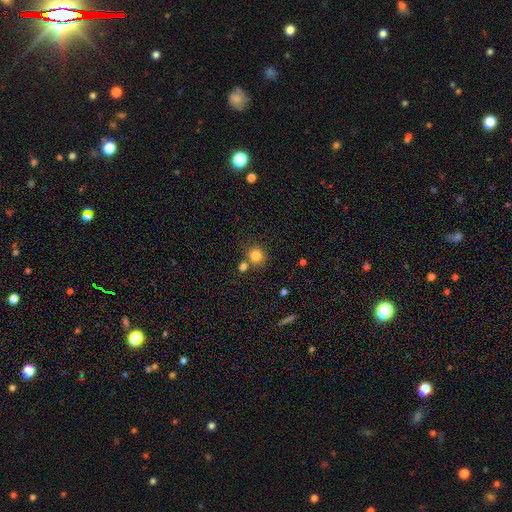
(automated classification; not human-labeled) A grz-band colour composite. It shows a smooth galaxy with no disk features (82%) that is round (86%). Merging: none (67%).